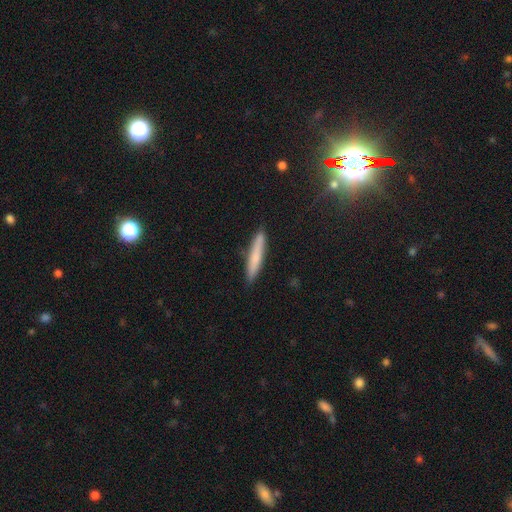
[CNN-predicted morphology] The model was most divided on "smooth or featured": smooth: 73%, featured or disk: 20%, star or artifact: 7%. More confident: how rounded — cigar-shaped (94%); merging — none (89%).